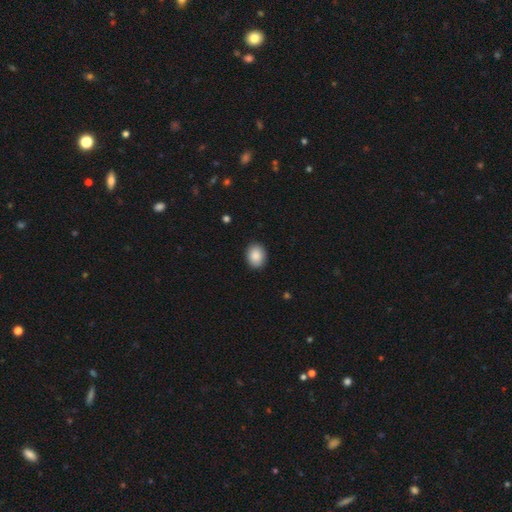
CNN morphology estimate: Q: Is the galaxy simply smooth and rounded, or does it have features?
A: smooth — 89%.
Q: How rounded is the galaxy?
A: in between — 51%.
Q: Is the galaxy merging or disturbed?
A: none — 90%.